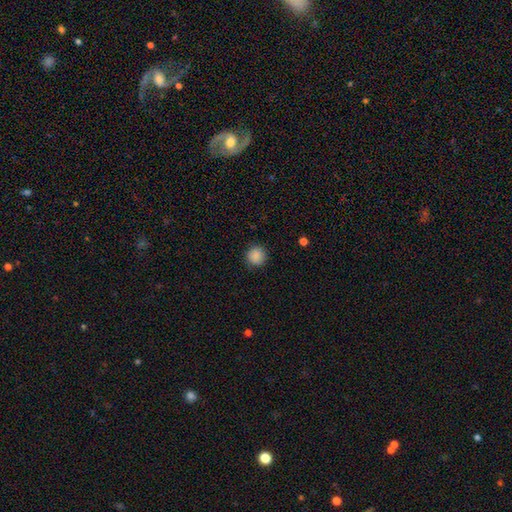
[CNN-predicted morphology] A smooth galaxy with no disk features (87%) that is round (94%).

Vote fractions:
- Smooth or featured? smooth: 87% / star or artifact: 9% / featured or disk: 3%
- How rounded? round: 94% / in between: 5% / cigar-shaped: 1%
- Merging? none: 89% / minor disturbance: 8% / major disturbance: 2% / merger: 1%